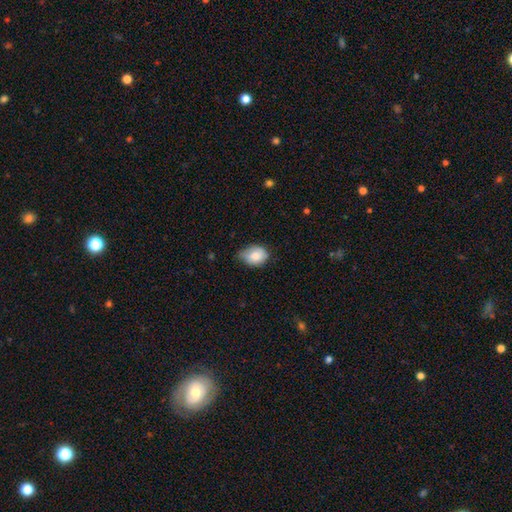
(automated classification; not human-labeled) A smooth galaxy with no disk features (82%) that is in between round and cigar-shaped (68%). Merging: minor disturbance (47%).